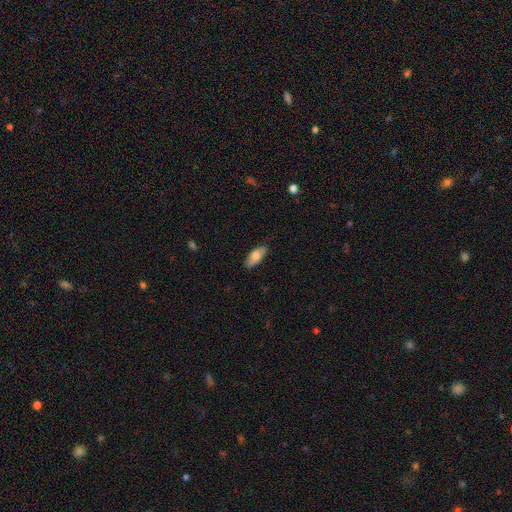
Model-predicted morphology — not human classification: A smooth galaxy with no disk features (74%) that is in between round and cigar-shaped (82%). Merging: none (81%).